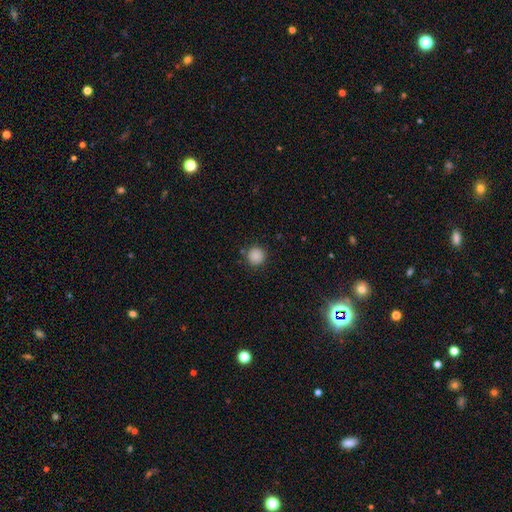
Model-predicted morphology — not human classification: Smooth or featured?
  - smooth: 87% *
  - star or artifact: 10%
  - featured or disk: 4%
How rounded?
  - round: 94% *
  - in between: 5%
  - cigar-shaped: 1%
Merging?
  - none: 89% *
  - minor disturbance: 7%
  - major disturbance: 2%
  - merger: 2%